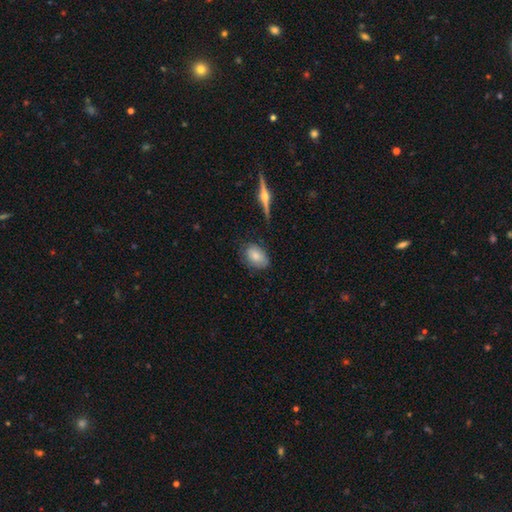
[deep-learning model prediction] This is likely a smooth galaxy (76%). How rounded: clearly in between (83%). Merging: likely none (67%).